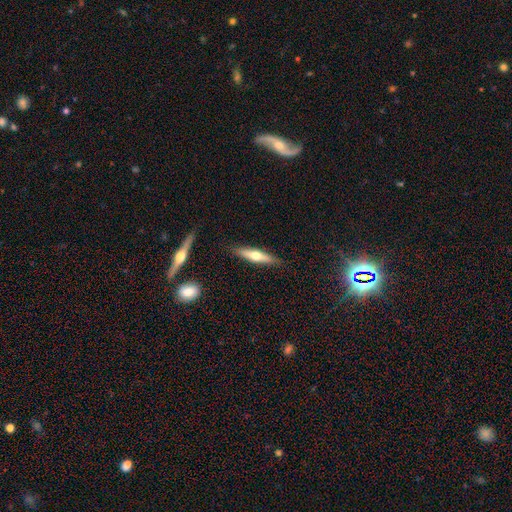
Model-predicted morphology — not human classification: Smooth or featured?
  - featured or disk: 50% *
  - smooth: 44%
  - star or artifact: 6%
Edge-on disk?
  - yes: 93% *
  - no: 7%
Merging?
  - none: 88% *
  - minor disturbance: 9%
  - major disturbance: 2%
  - merger: 2%